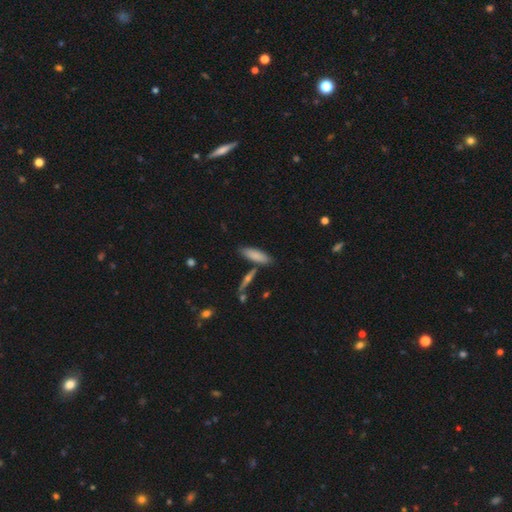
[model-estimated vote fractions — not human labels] Q: Smooth or featured?
A: smooth (80%); runner-up: featured or disk (13%)
Q: How rounded?
A: in between (50%); runner-up: cigar-shaped (48%)
Q: Merging?
A: none (75%); runner-up: minor disturbance (12%)